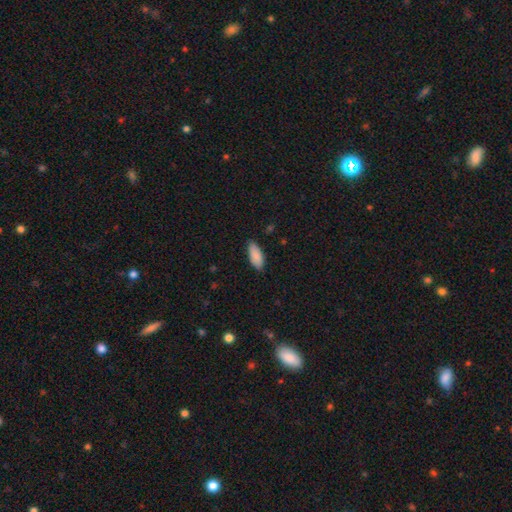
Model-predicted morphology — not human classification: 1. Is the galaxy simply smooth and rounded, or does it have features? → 89% smooth, 6% star or artifact, 6% featured or disk.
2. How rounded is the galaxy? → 85% in between, 14% cigar-shaped, 2% round.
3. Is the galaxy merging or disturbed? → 85% none, 12% minor disturbance, 2% major disturbance, 1% merger.